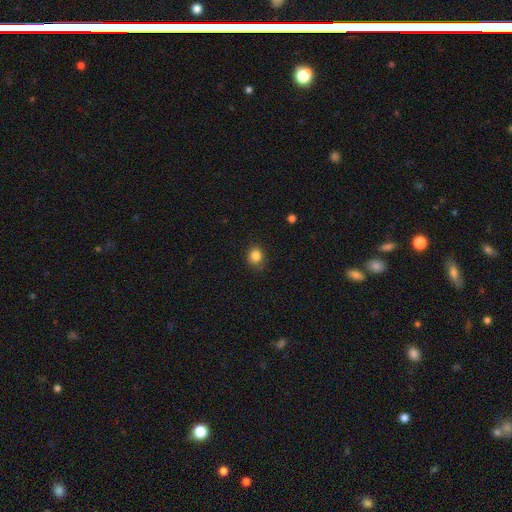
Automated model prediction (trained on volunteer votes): The model was most divided on "how rounded": round: 72%, in between: 27%, cigar-shaped: 1%. More confident: smooth or featured — smooth (84%); merging — none (79%).